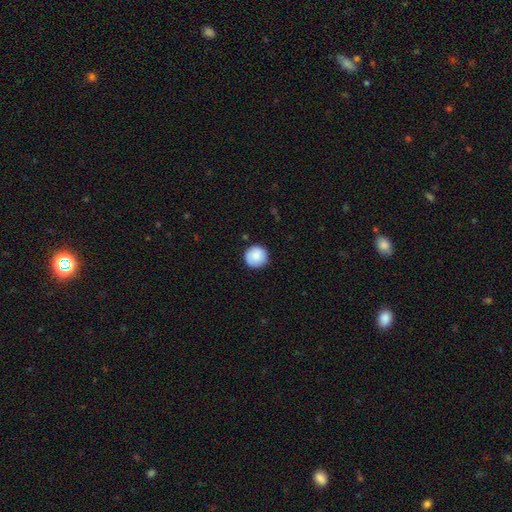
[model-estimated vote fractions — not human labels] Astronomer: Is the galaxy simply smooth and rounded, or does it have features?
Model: smooth — 83%.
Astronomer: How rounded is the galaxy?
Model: round — 95%.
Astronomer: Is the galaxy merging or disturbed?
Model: none — 87%.